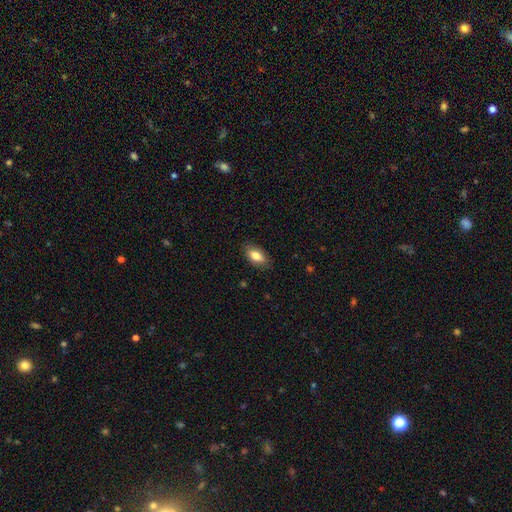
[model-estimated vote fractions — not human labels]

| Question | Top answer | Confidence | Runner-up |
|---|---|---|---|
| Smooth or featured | smooth | 80% | featured or disk (13%) |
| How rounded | in between | 89% | cigar-shaped (7%) |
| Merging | none | 85% | minor disturbance (11%) |